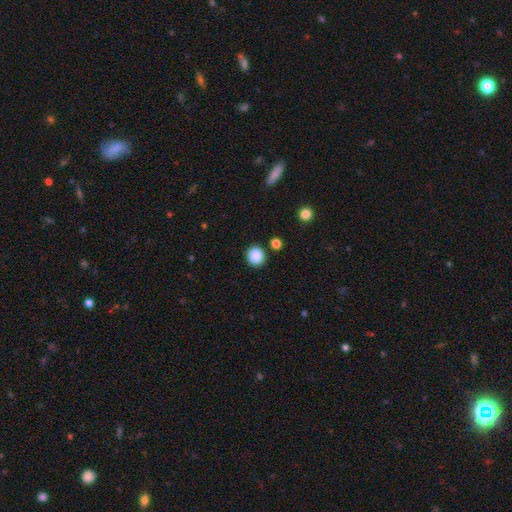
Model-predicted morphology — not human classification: This is clearly a smooth galaxy (88%). How rounded: clearly round (87%). Merging: clearly none (88%).